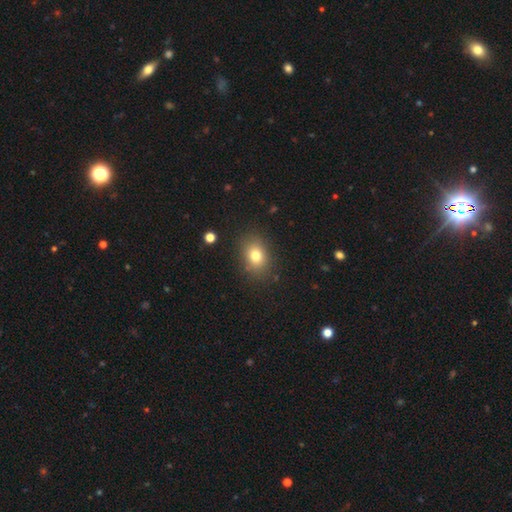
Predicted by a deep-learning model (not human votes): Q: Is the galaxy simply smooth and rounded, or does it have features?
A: smooth — 78%.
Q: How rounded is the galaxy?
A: in between — 63%.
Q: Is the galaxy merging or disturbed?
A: none — 84%.